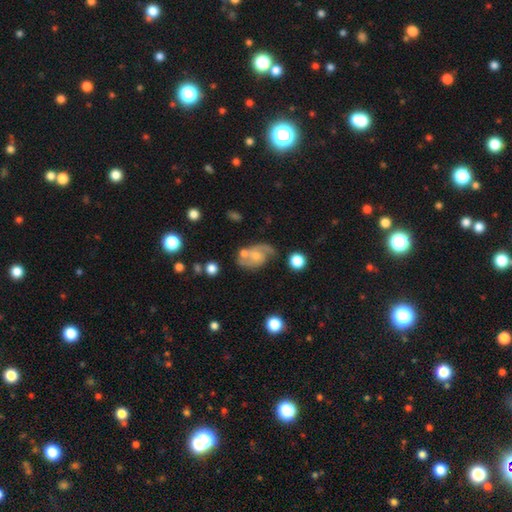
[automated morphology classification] smooth-or-featured: featured or disk: 74% | smooth: 19% | star or artifact: 7%
  disk-edge-on: no: 97% | yes: 3%
    bar: no: 63% | weak: 32% | strong: 5%
    has-spiral-arms: yes: 91% | no: 9%
      spiral-winding: medium: 50% | loose: 31% | tight: 20%
      spiral-arm-count: 2: 81% | 1: 9% | can't tell: 7% | 3: 2% | 4: 1% | more than 4: 1%
    bulge-size: small: 44% | moderate: 35% | none: 14% | large: 5% | dominant: 2%
  merging: none: 51% | minor disturbance: 22% | merger: 15% | major disturbance: 12%